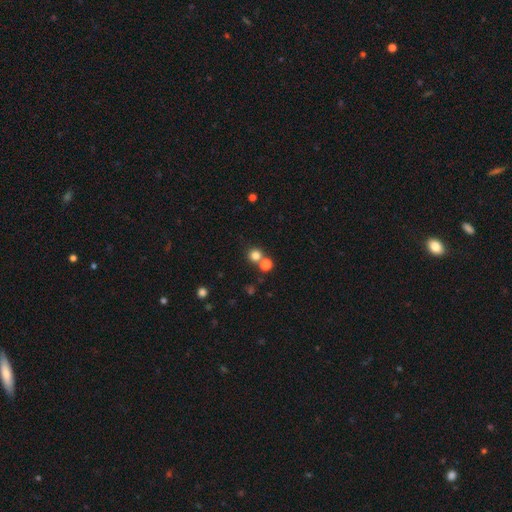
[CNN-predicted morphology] Smooth or featured: smooth — 78% (star or artifact — 15%)
How rounded: round — 91% (in between — 8%)
Merging: none — 65% (merger — 26%)